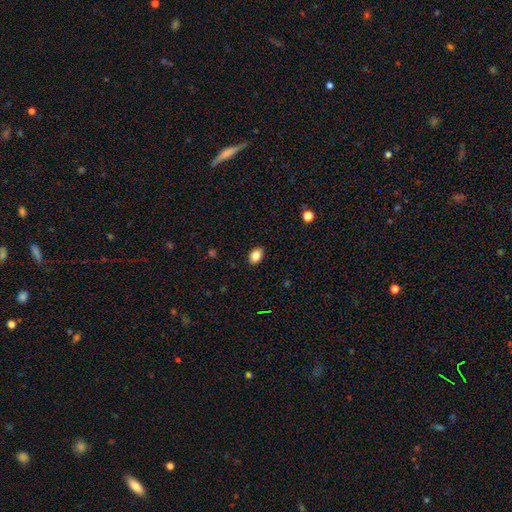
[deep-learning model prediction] Smooth or featured? Predicted: smooth (p=0.84). How rounded? Predicted: in between (p=0.78). Merging? Predicted: none (p=0.89).